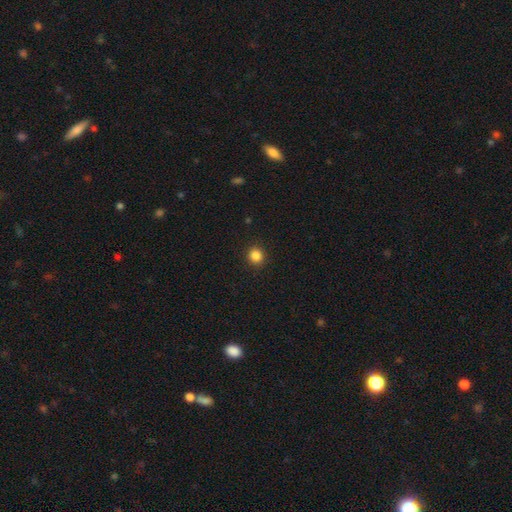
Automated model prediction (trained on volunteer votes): Smooth or featured: smooth — 85% (star or artifact — 11%)
How rounded: round — 91% (in between — 8%)
Merging: none — 92% (minor disturbance — 5%)